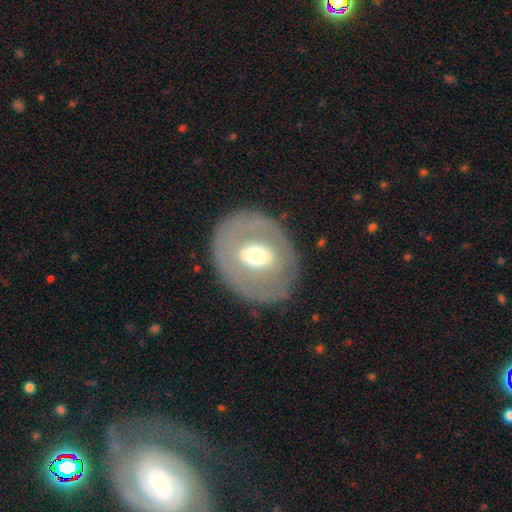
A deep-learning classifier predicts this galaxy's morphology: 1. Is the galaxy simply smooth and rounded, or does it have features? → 57% featured or disk, 35% smooth, 7% star or artifact.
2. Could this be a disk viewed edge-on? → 93% no, 7% yes.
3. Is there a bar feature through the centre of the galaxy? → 48% no, 34% weak, 18% strong.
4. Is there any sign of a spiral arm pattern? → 76% no, 24% yes.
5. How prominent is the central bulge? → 69% moderate, 16% small, 12% large, 1% dominant, 1% none.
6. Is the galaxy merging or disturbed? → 79% none, 14% minor disturbance, 6% major disturbance, 1% merger.